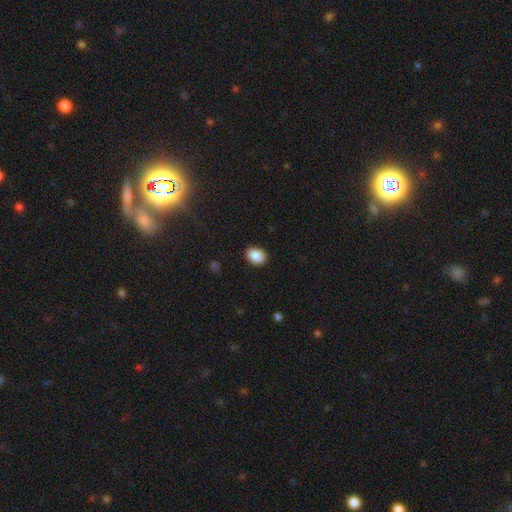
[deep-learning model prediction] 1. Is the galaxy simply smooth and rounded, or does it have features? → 89% smooth, 8% star or artifact, 3% featured or disk.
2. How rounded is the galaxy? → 73% in between, 26% round, 1% cigar-shaped.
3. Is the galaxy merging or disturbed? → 90% none, 7% minor disturbance, 2% major disturbance, 1% merger.